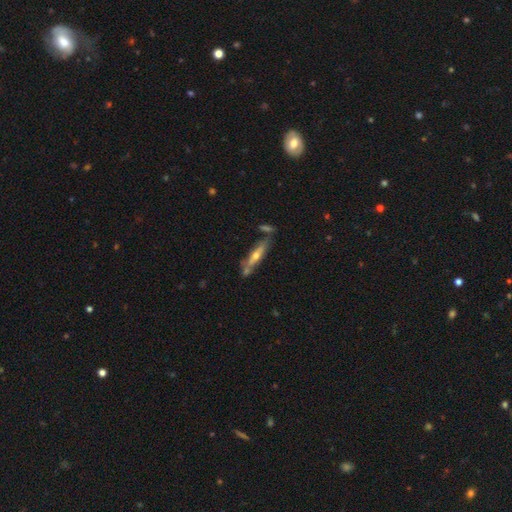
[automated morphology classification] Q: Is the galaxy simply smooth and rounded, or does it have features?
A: featured or disk — 65%.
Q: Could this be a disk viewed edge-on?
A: yes — 78%.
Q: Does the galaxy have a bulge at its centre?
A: rounded — 84%.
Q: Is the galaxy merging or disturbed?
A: none — 66%.